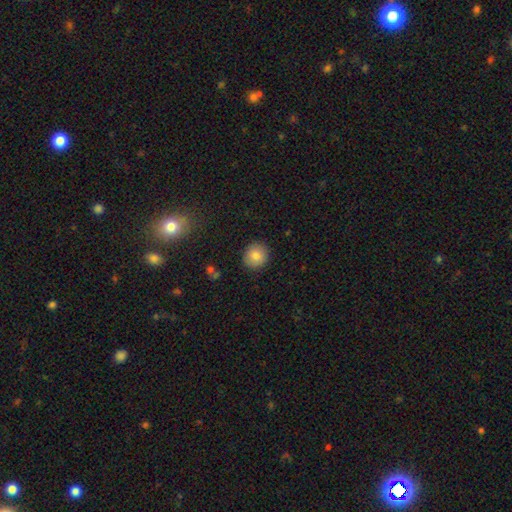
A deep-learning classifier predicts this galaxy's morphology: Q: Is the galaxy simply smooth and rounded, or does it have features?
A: smooth — 82%.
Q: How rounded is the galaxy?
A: round — 87%.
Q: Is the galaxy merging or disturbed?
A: none — 89%.